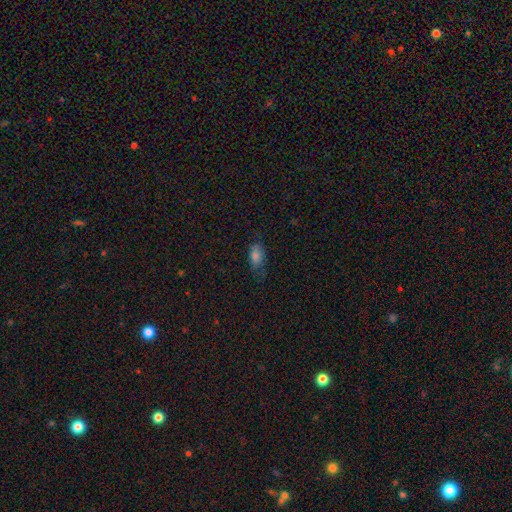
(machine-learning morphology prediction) Smooth or featured? Predicted: smooth (p=0.77). How rounded? Predicted: in between (p=0.86). Merging? Predicted: none (p=0.60).